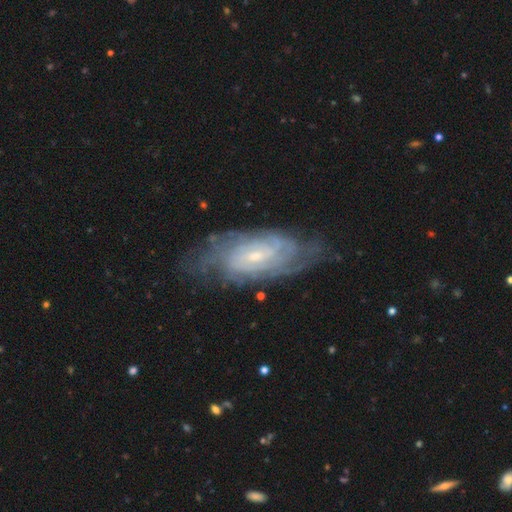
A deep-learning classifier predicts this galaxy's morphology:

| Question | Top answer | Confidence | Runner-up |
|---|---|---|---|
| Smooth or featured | featured or disk | 82% | smooth (11%) |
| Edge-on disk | no | 92% | yes (8%) |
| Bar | no | 47% | weak (42%) |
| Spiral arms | yes | 94% | no (6%) |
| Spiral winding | tight | 70% | medium (25%) |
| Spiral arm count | can't tell | 49% | 2 (14%) |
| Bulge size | small | 72% | moderate (22%) |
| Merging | none | 73% | minor disturbance (19%) |